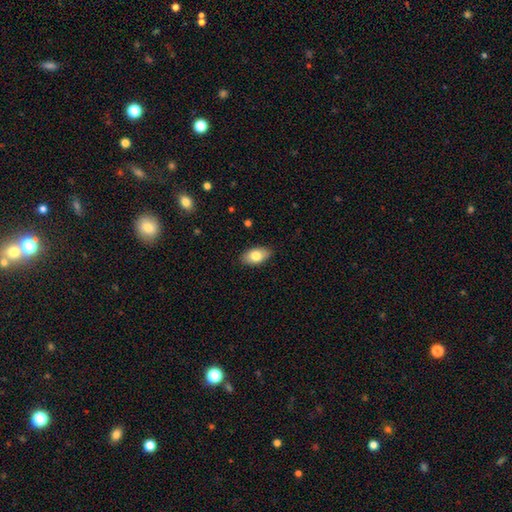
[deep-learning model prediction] The model was most divided on "smooth or featured": smooth: 79%, featured or disk: 15%, star or artifact: 7%. More confident: how rounded — in between (93%); merging — none (88%).